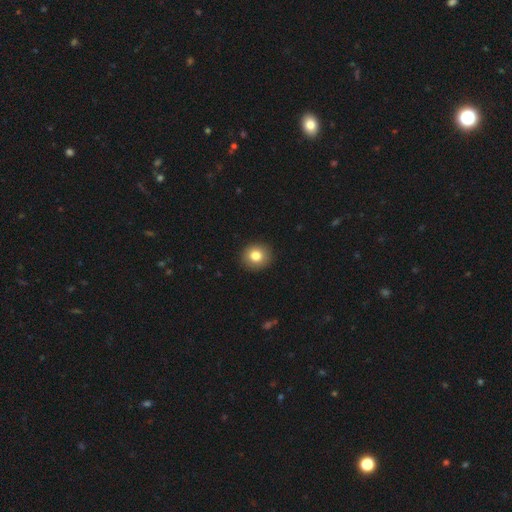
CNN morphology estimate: Smooth or featured? Predicted: smooth (p=0.81). How rounded? Predicted: round (p=0.87). Merging? Predicted: none (p=0.92).